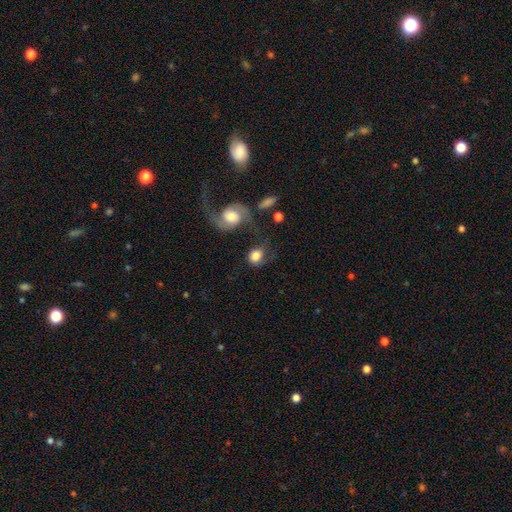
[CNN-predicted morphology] A smooth galaxy with no disk features (68%) that is round (63%). Merging: none (40%).